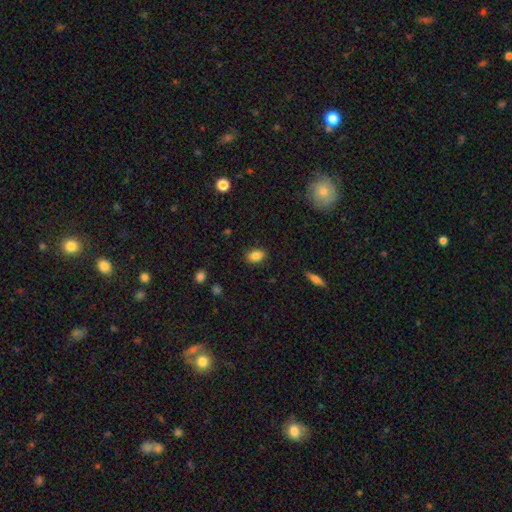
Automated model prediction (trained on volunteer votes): A smooth galaxy with no disk features (84%) that is in between round and cigar-shaped (81%). Merging: none (86%).